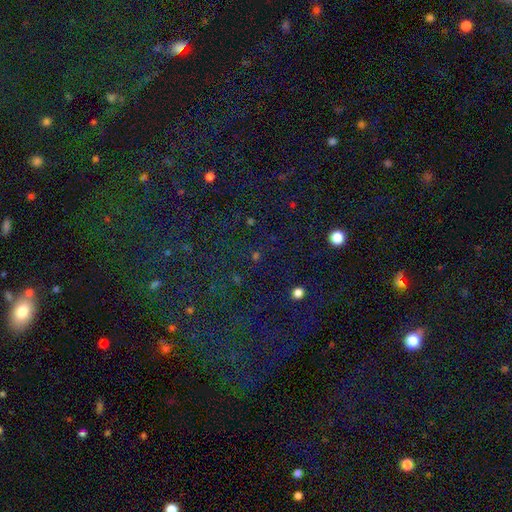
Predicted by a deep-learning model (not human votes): The model was most divided on "smooth or featured": star or artifact: 66%, smooth: 26%, featured or disk: 8%.